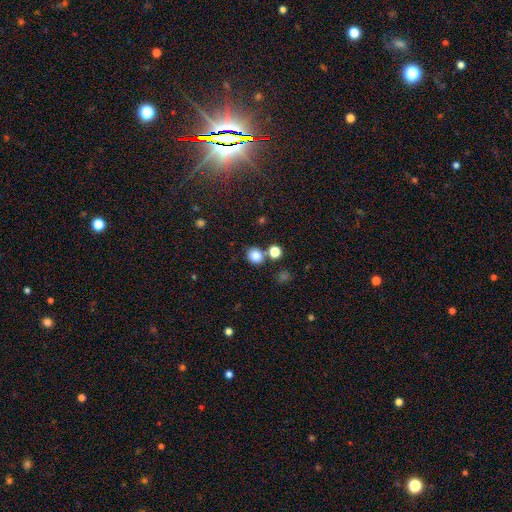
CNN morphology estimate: Smooth or featured? Predicted: smooth (p=0.83). How rounded? Predicted: round (p=0.79). Merging? Predicted: none (p=0.70).